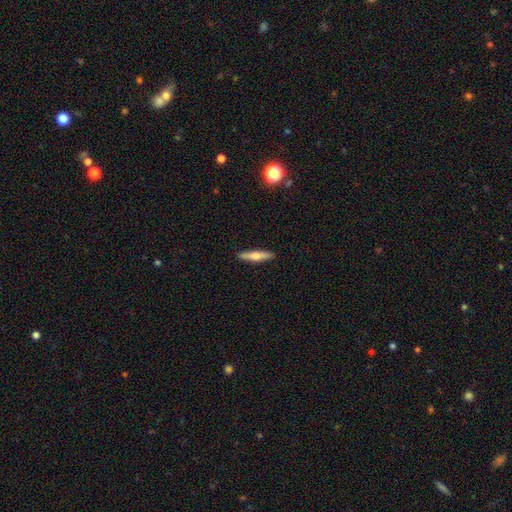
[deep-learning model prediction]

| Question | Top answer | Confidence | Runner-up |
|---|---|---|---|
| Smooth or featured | smooth | 53% | featured or disk (41%) |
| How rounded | cigar-shaped | 86% | in between (13%) |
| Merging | none | 91% | minor disturbance (6%) |